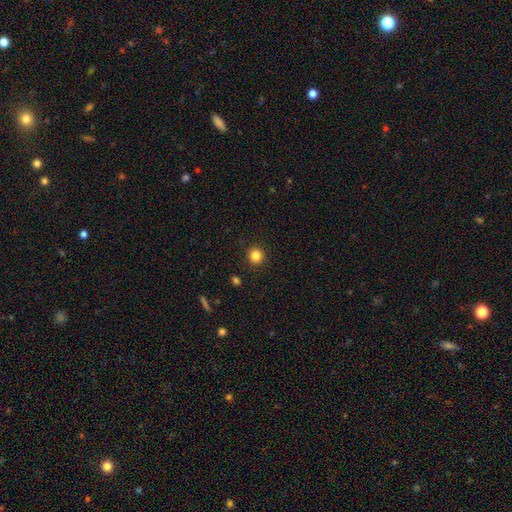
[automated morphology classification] This is clearly a smooth galaxy (83%). How rounded: clearly round (93%). Merging: clearly none (92%).